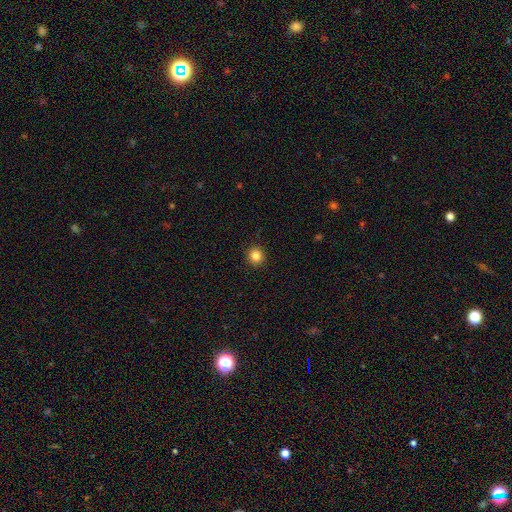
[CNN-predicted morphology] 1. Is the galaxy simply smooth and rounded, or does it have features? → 85% smooth, 11% star or artifact, 4% featured or disk.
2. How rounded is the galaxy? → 90% round, 9% in between, 1% cigar-shaped.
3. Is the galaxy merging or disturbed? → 92% none, 5% minor disturbance, 2% major disturbance, 1% merger.